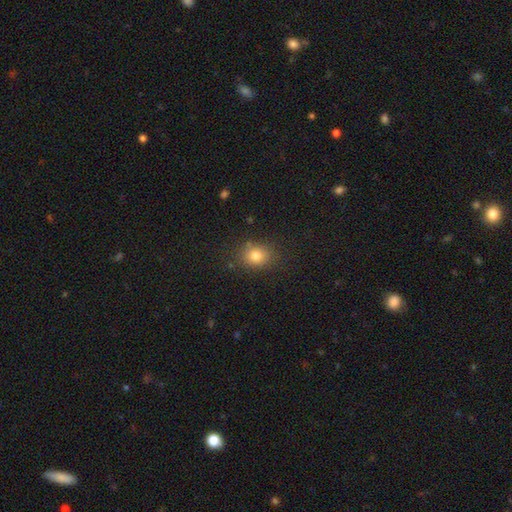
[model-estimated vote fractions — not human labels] This appears to be a smooth galaxy with no disk features (80%) that is round (60%). Merging: none (81%).